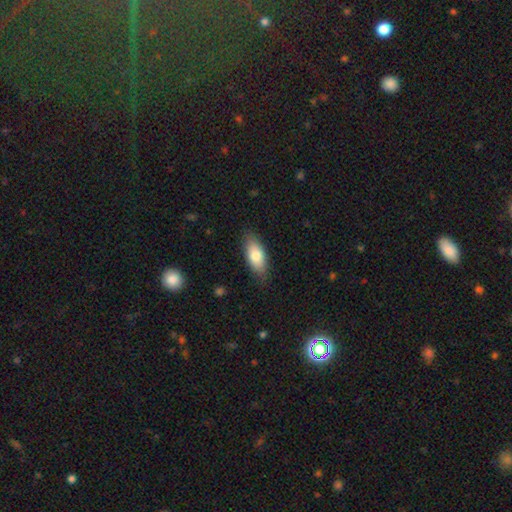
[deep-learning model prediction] Smooth or featured?
  - smooth: 80% *
  - featured or disk: 14%
  - star or artifact: 6%
How rounded?
  - in between: 83% *
  - cigar-shaped: 14%
  - round: 3%
Merging?
  - none: 83% *
  - minor disturbance: 13%
  - major disturbance: 3%
  - merger: 1%